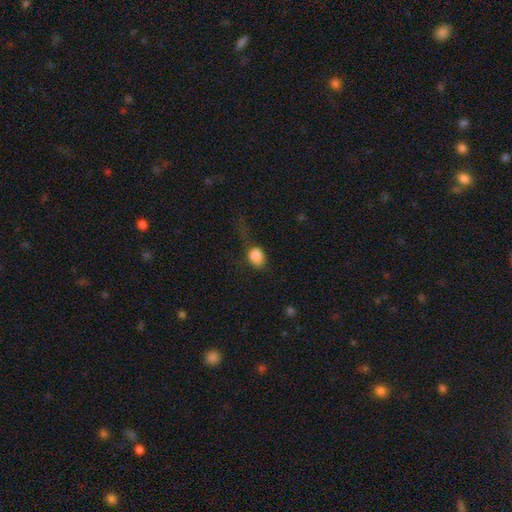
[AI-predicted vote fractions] A smooth galaxy with no disk features (85%) that is in between round and cigar-shaped (60%). Merging: none (41%).